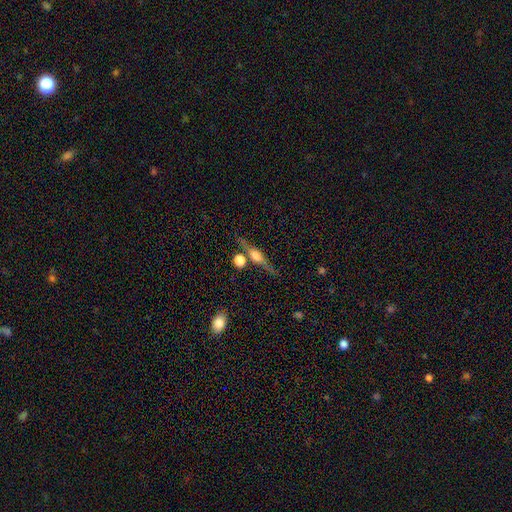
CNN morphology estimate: type=featured or disk (74%); edge-on=yes (96%); edge-on bulge=rounded (86%); merging=none (76%).